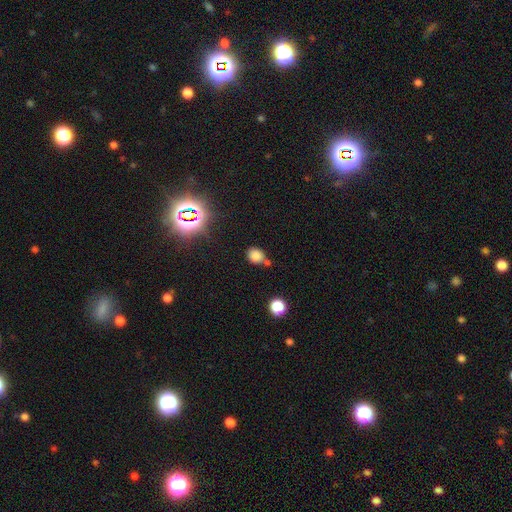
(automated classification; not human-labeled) Q: Smooth or featured?
A: smooth (78%); runner-up: star or artifact (16%)
Q: How rounded?
A: round (67%); runner-up: in between (32%)
Q: Merging?
A: none (62%); runner-up: merger (18%)